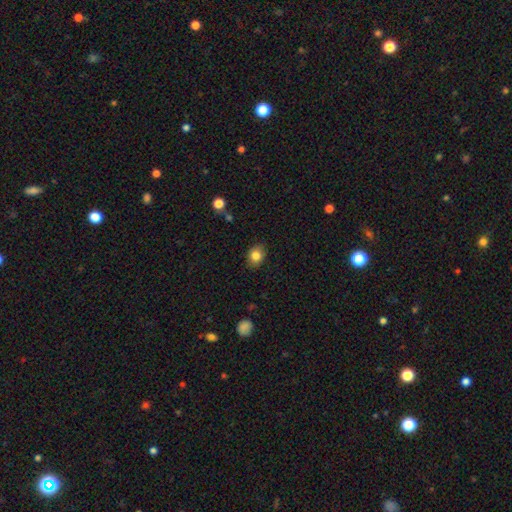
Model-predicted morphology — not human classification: smooth_or_featured: smooth (p=0.83) [alt: star or artifact p=0.09]
how_rounded: in between (p=0.53) [alt: round p=0.45]
merging: none (p=0.85) [alt: minor disturbance p=0.11]